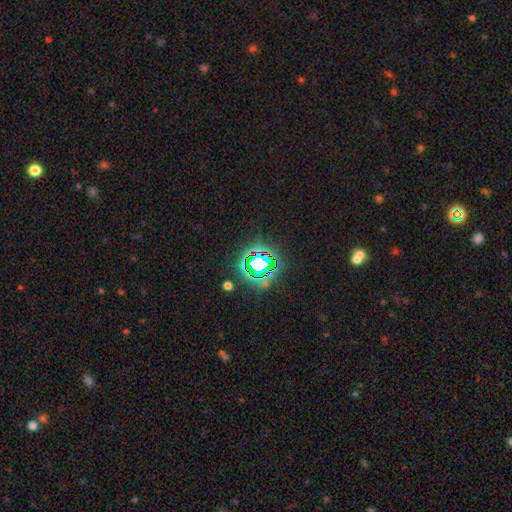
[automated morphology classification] Smooth or featured?
  - star or artifact: 74% *
  - smooth: 16%
  - featured or disk: 10%